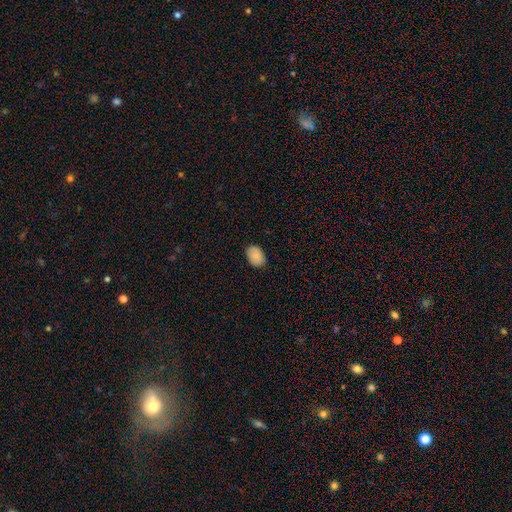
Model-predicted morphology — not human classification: Smooth or featured: smooth — 88% (star or artifact — 7%)
How rounded: in between — 84% (round — 15%)
Merging: none — 87% (minor disturbance — 10%)